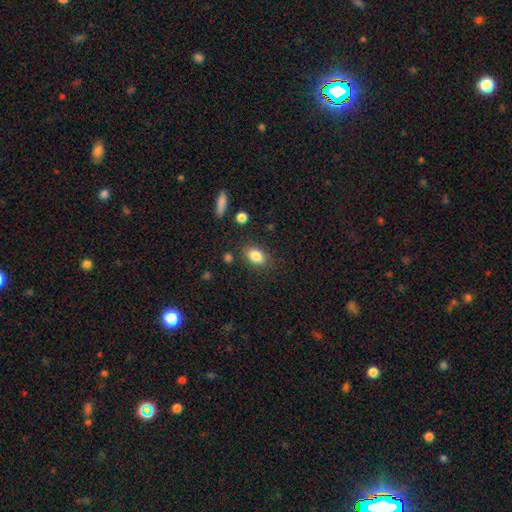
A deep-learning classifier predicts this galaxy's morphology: This appears to be a smooth galaxy with no disk features (85%) that is in between round and cigar-shaped (82%). Merging: none (83%).